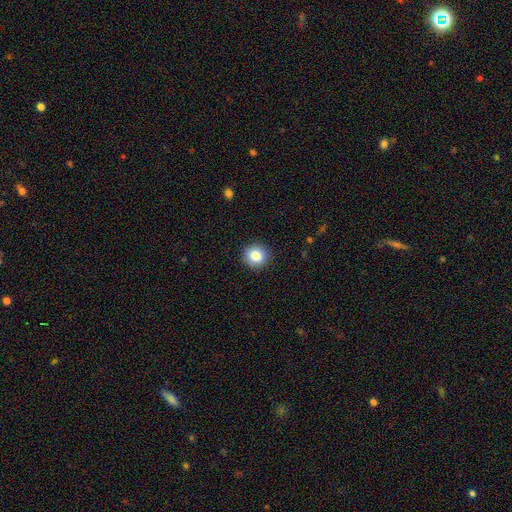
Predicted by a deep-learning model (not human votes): The model was most divided on "smooth or featured": smooth: 84%, star or artifact: 10%, featured or disk: 6%. More confident: how rounded — round (92%); merging — none (92%).